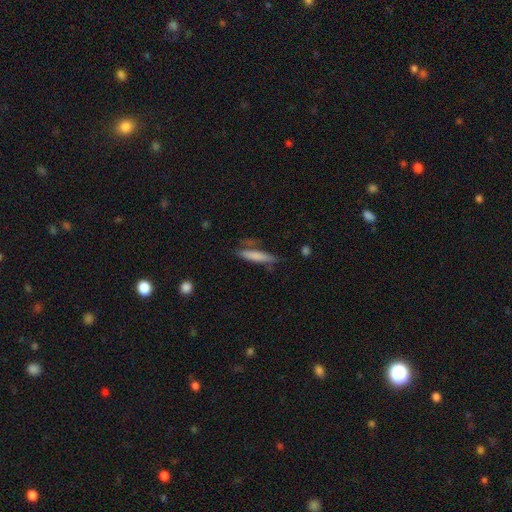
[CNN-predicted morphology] A smooth galaxy with no disk features (74%) that is cigar-shaped (85%).

Vote fractions:
- Smooth or featured? smooth: 74% / featured or disk: 20% / star or artifact: 7%
- How rounded? cigar-shaped: 85% / in between: 13% / round: 2%
- Merging? none: 65% / minor disturbance: 21% / major disturbance: 7% / merger: 6%